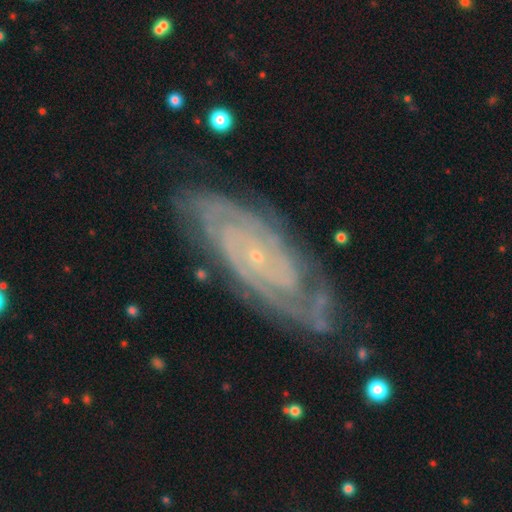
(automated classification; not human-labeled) Q: Smooth or featured?
A: featured or disk (89%); runner-up: star or artifact (6%)
Q: Edge-on disk?
A: no (93%); runner-up: yes (7%)
Q: Bar?
A: no (76%); runner-up: weak (18%)
Q: Spiral arms?
A: yes (98%); runner-up: no (2%)
Q: Spiral winding?
A: tight (80%); runner-up: medium (17%)
Q: Spiral arm count?
A: 2 (35%); runner-up: can't tell (25%)
Q: Bulge size?
A: small (88%); runner-up: moderate (8%)
Q: Merging?
A: none (77%); runner-up: minor disturbance (16%)